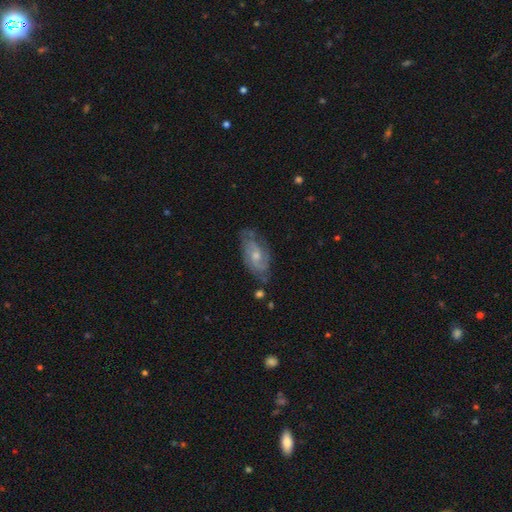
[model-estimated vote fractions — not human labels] This appears to be a featured or disk galaxy (73%) with no bar (63%), 2 (50%) medium (43%) spiral arms (89%) and a moderate central bulge (50%). Merging: none (65%).